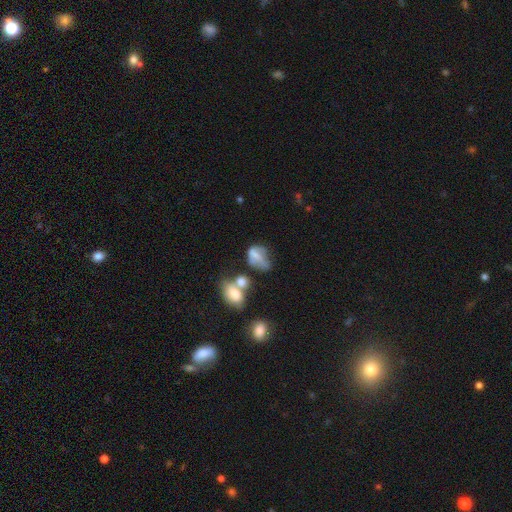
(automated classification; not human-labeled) A smooth galaxy with no disk features (55%) that is in between round and cigar-shaped (76%). Merging: major disturbance (32%).